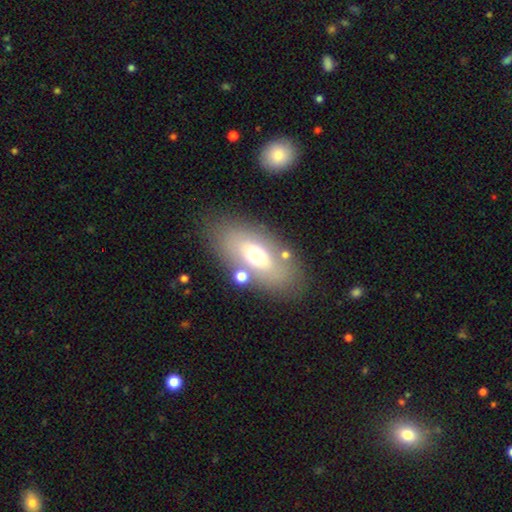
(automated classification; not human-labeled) smooth_or_featured: smooth (p=0.57) [alt: featured or disk p=0.32]
how_rounded: in between (p=0.87) [alt: round p=0.07]
merging: none (p=0.75) [alt: minor disturbance p=0.12]